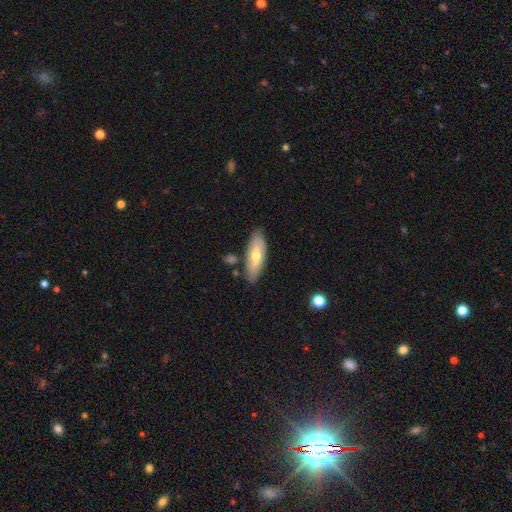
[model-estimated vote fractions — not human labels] A smooth galaxy with no disk features (51%) that is in between round and cigar-shaped (66%). Merging: none (78%).